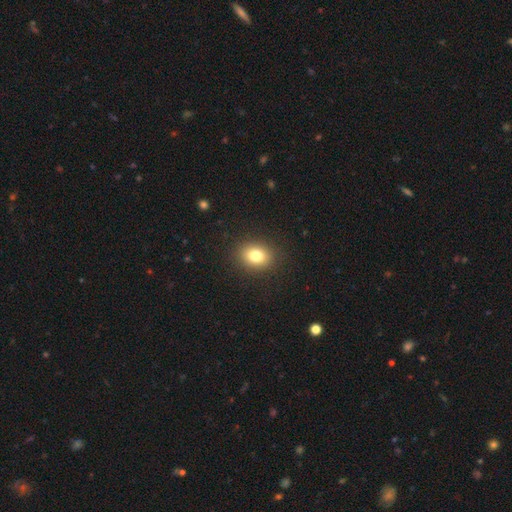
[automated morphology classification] Overall: smooth (80%). How rounded: in between (52%; round 47%). Merging: none (89%).